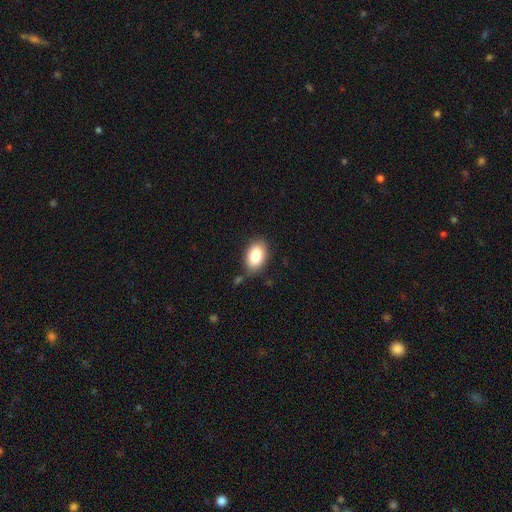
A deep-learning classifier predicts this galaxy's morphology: Q: Smooth or featured?
A: smooth (87%); runner-up: star or artifact (7%)
Q: How rounded?
A: in between (91%); runner-up: round (7%)
Q: Merging?
A: none (74%); runner-up: minor disturbance (18%)